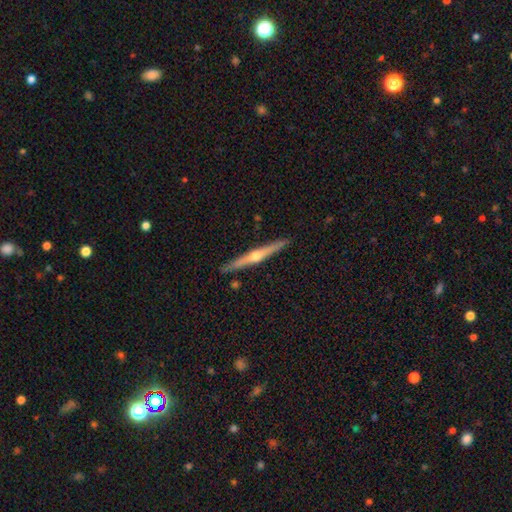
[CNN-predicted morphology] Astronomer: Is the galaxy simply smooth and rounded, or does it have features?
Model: featured or disk — 78%.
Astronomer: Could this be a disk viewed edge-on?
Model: yes — 98%.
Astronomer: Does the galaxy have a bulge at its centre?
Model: rounded — 91%.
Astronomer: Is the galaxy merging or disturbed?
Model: none — 91%.